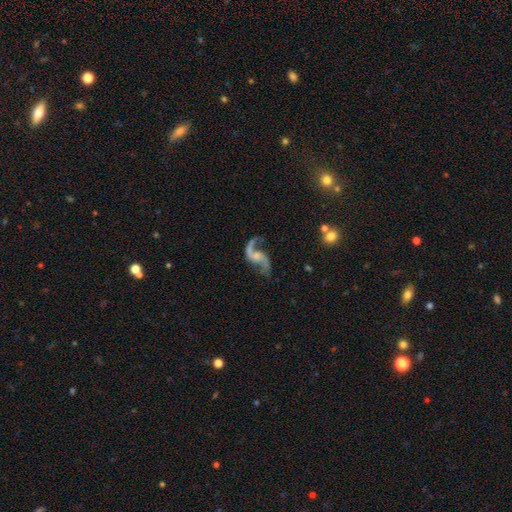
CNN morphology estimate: A featured or disk galaxy (89%) with no bar (56%), 2 (90%) loose (81%) spiral arms (96%) and a small central bulge (45%). Merging: none (63%).